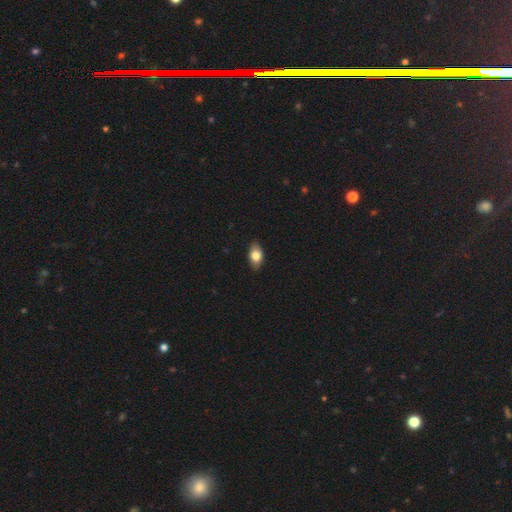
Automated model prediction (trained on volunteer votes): Smooth or featured? smooth (78%)
How rounded? in between (89%)
Merging? none (86%)